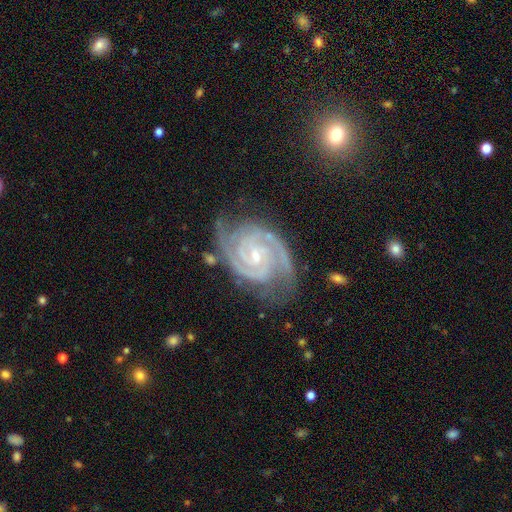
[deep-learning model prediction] featured or disk 93%, star or artifact 5%, smooth 3%. Down the decision tree: edge-on disk — no (98%); bar — no (49%); spiral arms — yes (99%); spiral arm count — 2 (61%); spiral winding — tight (73%); bulge size — small (74%); merging — none (72%).